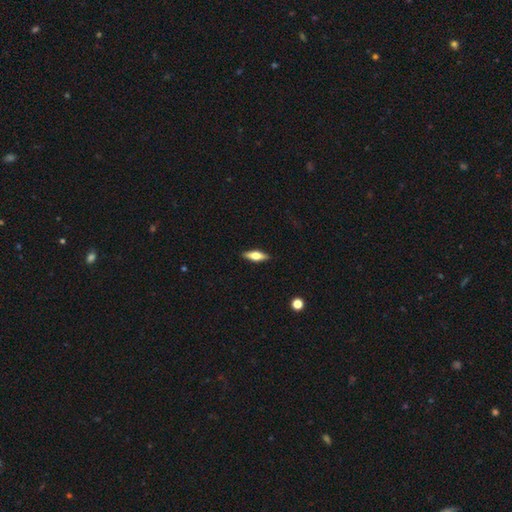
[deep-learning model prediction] smooth 52%, featured or disk 41%, star or artifact 7%. Down the decision tree: how rounded — in between (56%); merging — none (89%).